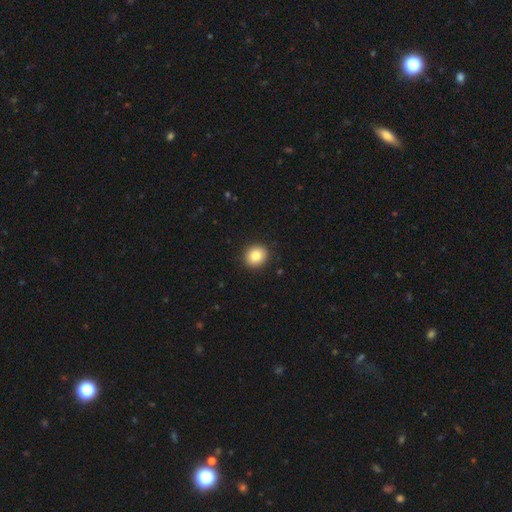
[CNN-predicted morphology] Smooth or featured? Predicted: smooth (p=0.83). How rounded? Predicted: round (p=0.82). Merging? Predicted: none (p=0.91).